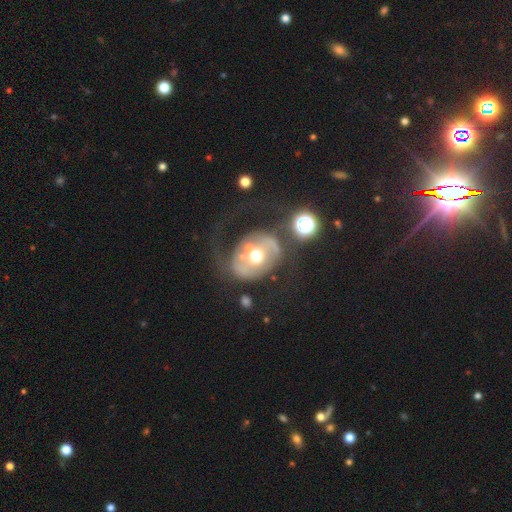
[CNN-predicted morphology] Q: Smooth or featured?
A: featured or disk (63%); runner-up: smooth (27%)
Q: Edge-on disk?
A: no (96%); runner-up: yes (4%)
Q: Bar?
A: no (63%); runner-up: weak (22%)
Q: Spiral arms?
A: no (56%); runner-up: yes (44%)
Q: Bulge size?
A: moderate (70%); runner-up: large (16%)
Q: Merging?
A: none (43%); runner-up: major disturbance (28%)